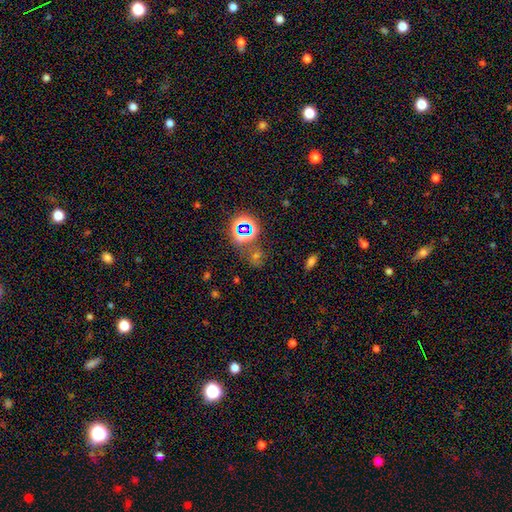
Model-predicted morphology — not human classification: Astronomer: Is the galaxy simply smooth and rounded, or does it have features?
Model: star or artifact — 56% (runner-up: smooth, 34%).